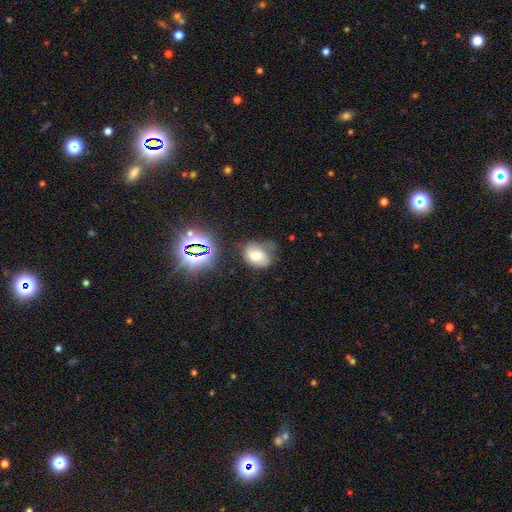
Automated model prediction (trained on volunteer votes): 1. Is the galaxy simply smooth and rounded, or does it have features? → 61% smooth, 22% featured or disk, 17% star or artifact.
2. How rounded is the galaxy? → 55% in between, 44% round, 1% cigar-shaped.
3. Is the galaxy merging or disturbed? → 53% none, 31% minor disturbance, 12% major disturbance, 5% merger.